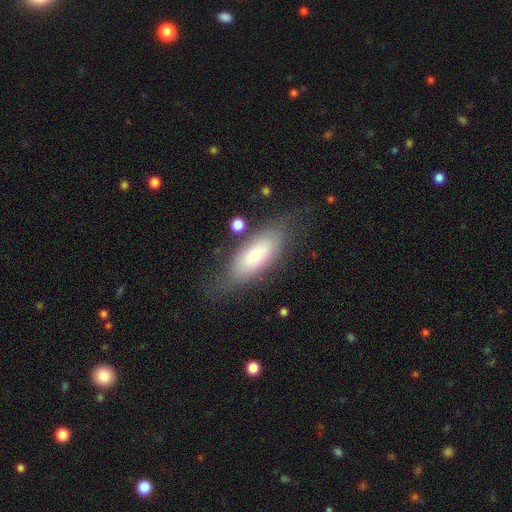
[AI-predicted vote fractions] smooth 62%, featured or disk 30%, star or artifact 8%. Down the decision tree: how rounded — in between (74%); merging — none (69%).